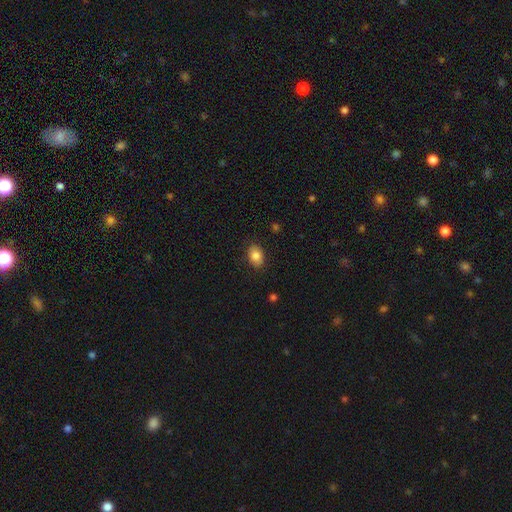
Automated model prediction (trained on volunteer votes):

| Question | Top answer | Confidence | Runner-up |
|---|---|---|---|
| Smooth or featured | smooth | 84% | star or artifact (8%) |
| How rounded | in between | 82% | round (17%) |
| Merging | none | 87% | minor disturbance (10%) |